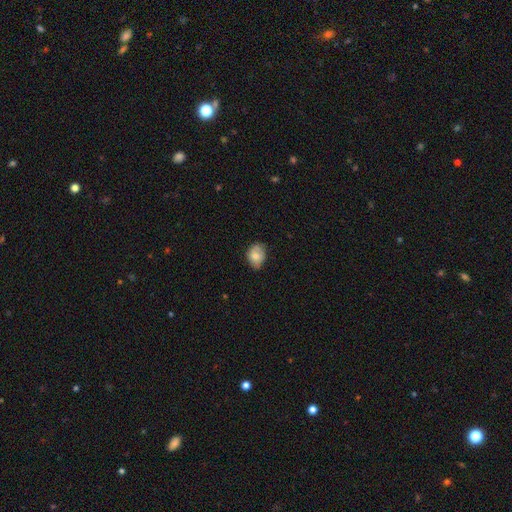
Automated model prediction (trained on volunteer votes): smooth 75%, featured or disk 17%, star or artifact 8%. Down the decision tree: how rounded — in between (62%); merging — none (63%).